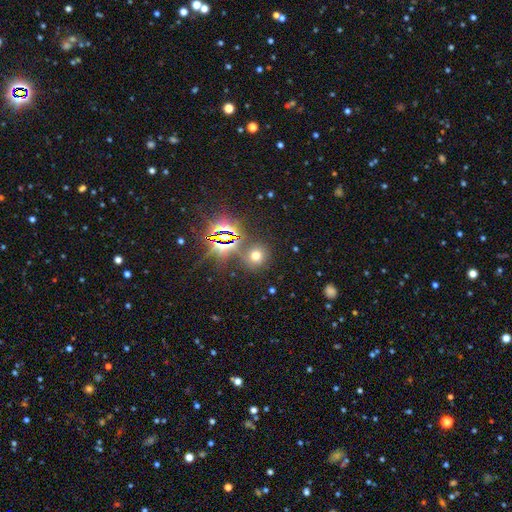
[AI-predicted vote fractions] smooth_or_featured: smooth (p=0.55) [alt: star or artifact p=0.36]
how_rounded: round (p=0.86) [alt: in between p=0.13]
merging: none (p=0.78) [alt: minor disturbance p=0.10]